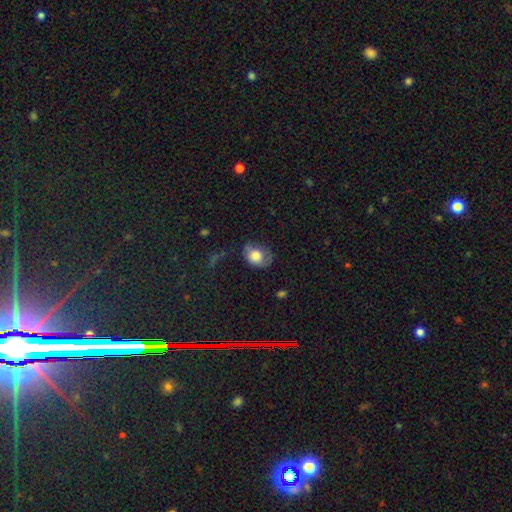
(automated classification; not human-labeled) Smooth or featured: smooth — 74% (featured or disk — 17%)
How rounded: in between — 62% (round — 37%)
Merging: none — 47% (minor disturbance — 33%)